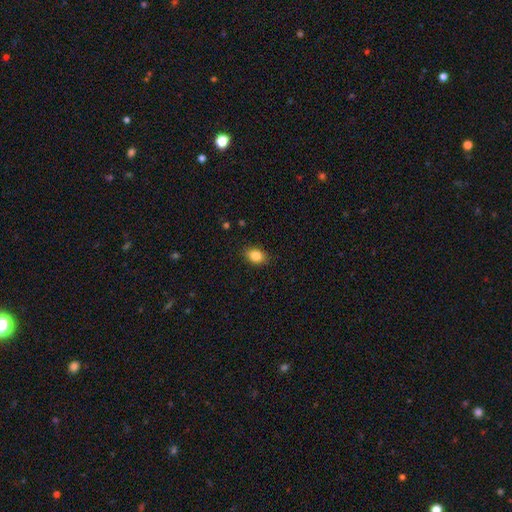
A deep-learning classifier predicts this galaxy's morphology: This is clearly a smooth galaxy (84%). How rounded: likely in between (76%). Merging: clearly none (87%).